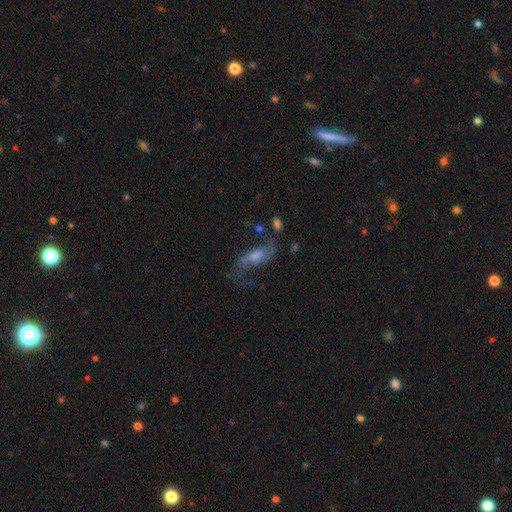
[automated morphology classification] Smooth or featured?
  - featured or disk: 72% *
  - smooth: 17%
  - star or artifact: 11%
Edge-on disk?
  - no: 87% *
  - yes: 13%
Bar?
  - no: 43% *
  - weak: 41%
  - strong: 16%
Spiral arms?
  - yes: 89% *
  - no: 11%
Spiral winding?
  - loose: 77% *
  - medium: 18%
  - tight: 5%
Spiral arm count?
  - 2: 87% *
  - 1: 5%
  - can't tell: 5%
  - 3: 1%
  - 4: 1%
  - more than 4: 1%
Bulge size?
  - moderate: 46% *
  - small: 36%
  - none: 8%
  - large: 8%
  - dominant: 2%
Merging?
  - none: 56% *
  - minor disturbance: 18%
  - major disturbance: 18%
  - merger: 8%